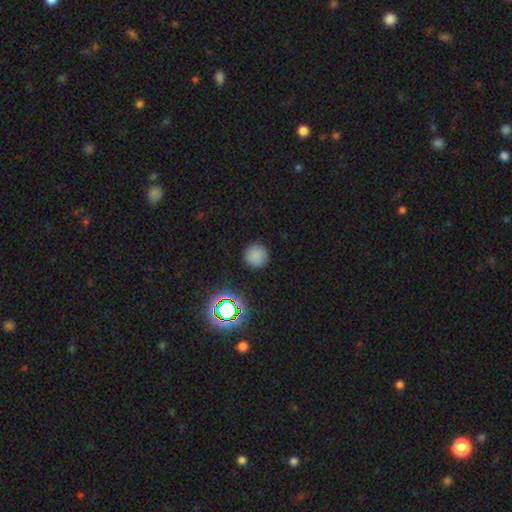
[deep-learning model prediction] Smooth or featured? smooth (77%)
How rounded? round (95%)
Merging? none (88%)